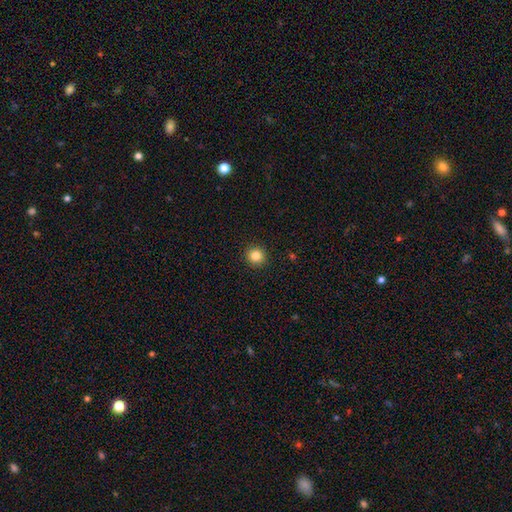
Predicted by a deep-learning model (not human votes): This is clearly a smooth galaxy (83%). How rounded: clearly round (93%). Merging: clearly none (93%).